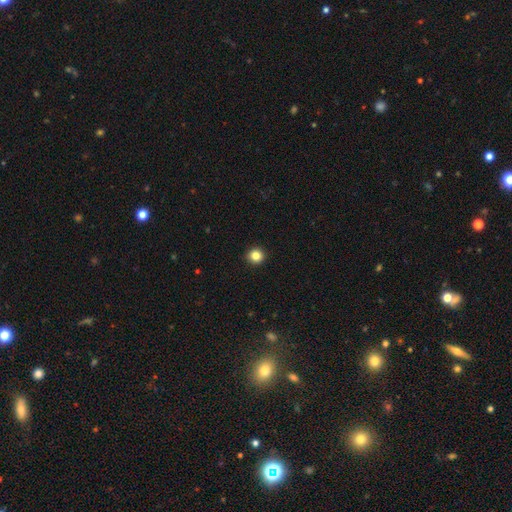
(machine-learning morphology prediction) The model was most divided on "smooth or featured": smooth: 84%, star or artifact: 11%, featured or disk: 5%. More confident: merging — none (93%); how rounded — round (93%).